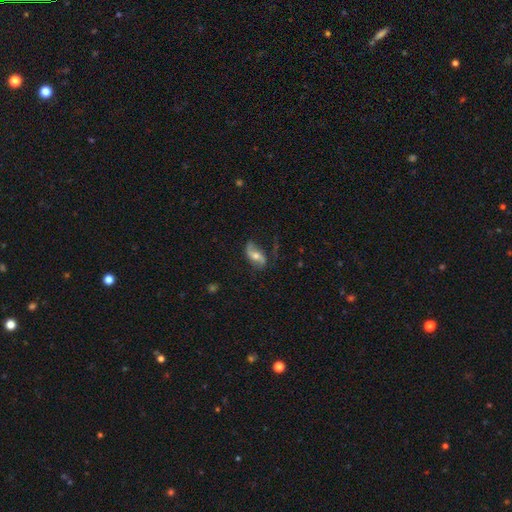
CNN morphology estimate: Overall: featured or disk (62%; smooth 31%). Edge-on disk: no (91%). Bar: no (48%; weak 32%). Spiral arms: yes (85%). Bulge size: moderate (66%). Merging: none (65%).